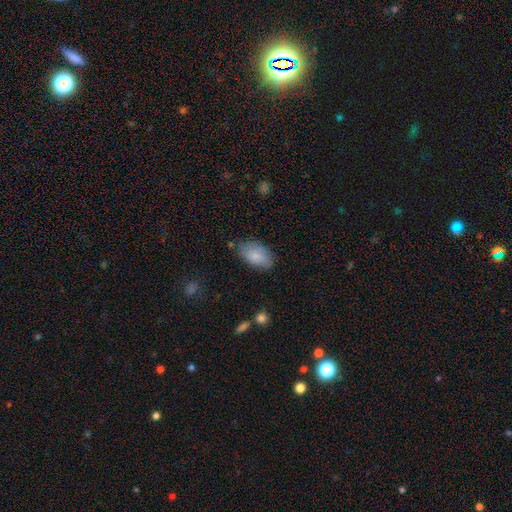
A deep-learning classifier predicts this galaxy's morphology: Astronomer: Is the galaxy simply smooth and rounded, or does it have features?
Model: smooth — 84%.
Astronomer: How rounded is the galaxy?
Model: in between — 94%.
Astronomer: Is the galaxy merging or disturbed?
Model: none — 75%.